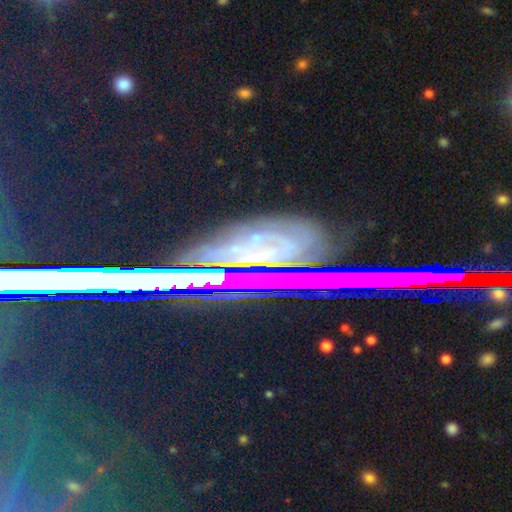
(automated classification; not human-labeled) This appears to be a star or artifact, not a galaxy (53%).